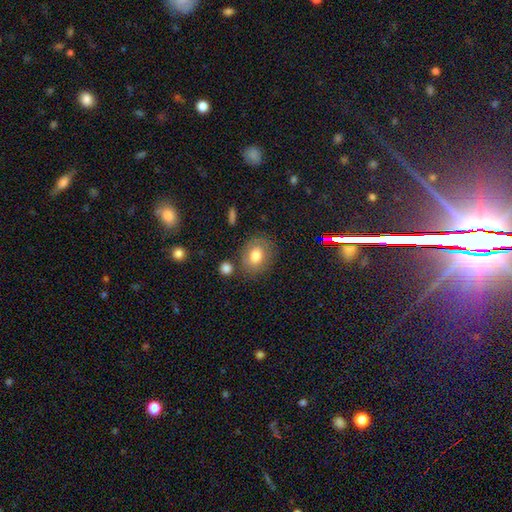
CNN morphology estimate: This appears to be a smooth galaxy with no disk features (75%) that is in between round and cigar-shaped (52%). Merging: none (75%).